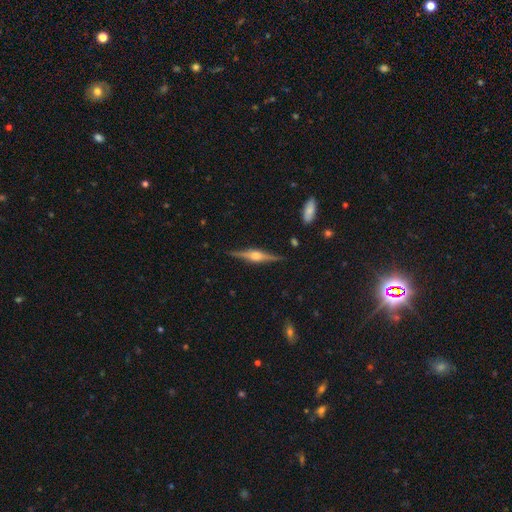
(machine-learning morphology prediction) A featured or disk galaxy (83%) viewed edge-on (98%) with a rounded central bulge (87%). Merging: none (88%).